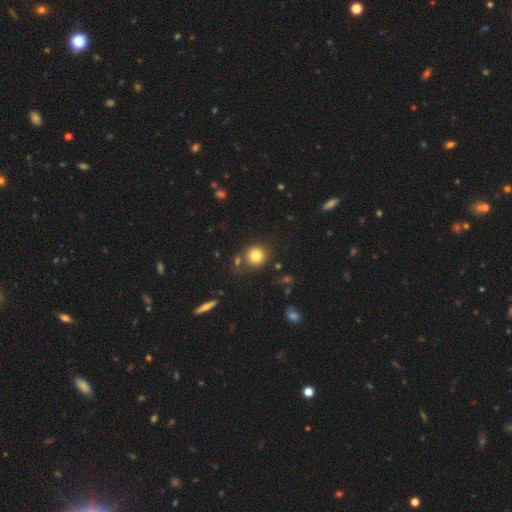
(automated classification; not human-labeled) smooth-or-featured: smooth: 81% | star or artifact: 11% | featured or disk: 8%
  how-rounded: round: 88% | in between: 11% | cigar-shaped: 1%
  merging: none: 76% | minor disturbance: 10% | merger: 10% | major disturbance: 4%